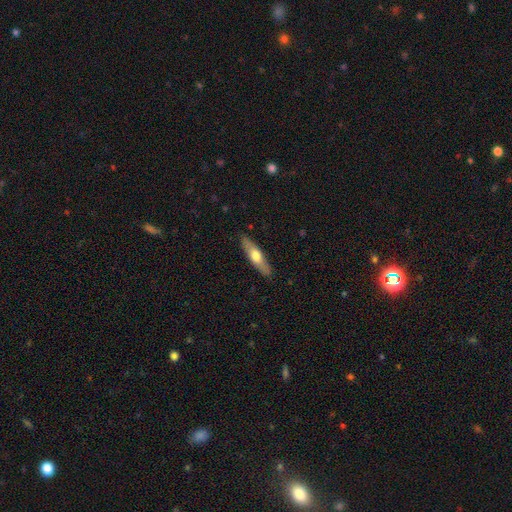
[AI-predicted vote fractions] Smooth or featured? Predicted: smooth (p=0.53). How rounded? Predicted: cigar-shaped (p=0.70). Merging? Predicted: none (p=0.87).